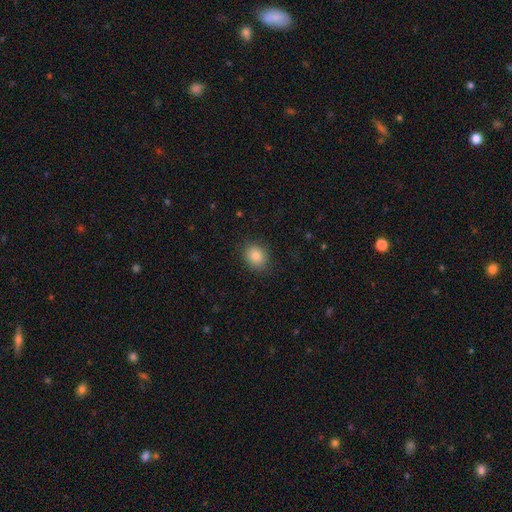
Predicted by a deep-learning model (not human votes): Smooth or featured: smooth — 84% (star or artifact — 9%)
How rounded: round — 56% (in between — 43%)
Merging: none — 86% (minor disturbance — 10%)